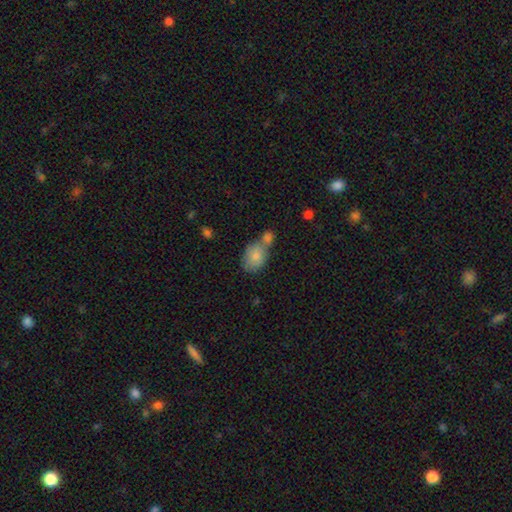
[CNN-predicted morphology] The model was most divided on "merging": merger: 48%, none: 34%, minor disturbance: 13%, major disturbance: 5%. More confident: smooth or featured — smooth (81%); how rounded — in between (76%).